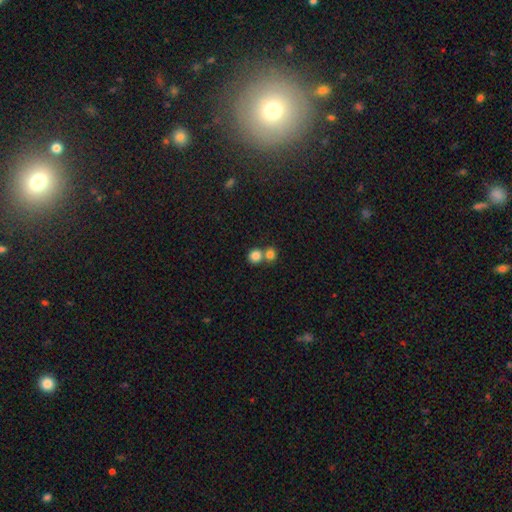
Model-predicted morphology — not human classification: Overall: smooth (83%). How rounded: round (86%). Merging: none (47%; merger 44%).